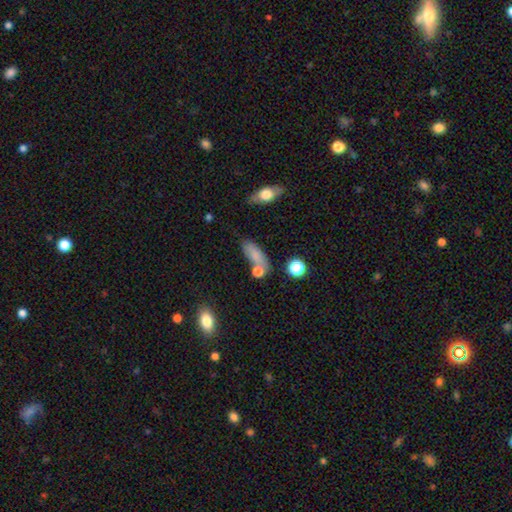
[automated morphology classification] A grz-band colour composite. It shows a smooth galaxy with no disk features (77%) that is in between round and cigar-shaped (73%). Merging: none (59%).